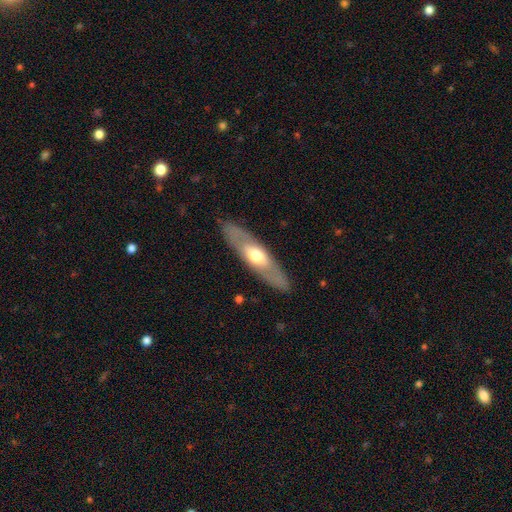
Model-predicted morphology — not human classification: smooth-or-featured: featured or disk: 54% | smooth: 41% | star or artifact: 5%
  disk-edge-on: no: 56% | yes: 44%
  merging: none: 86% | minor disturbance: 9% | major disturbance: 3% | merger: 1%